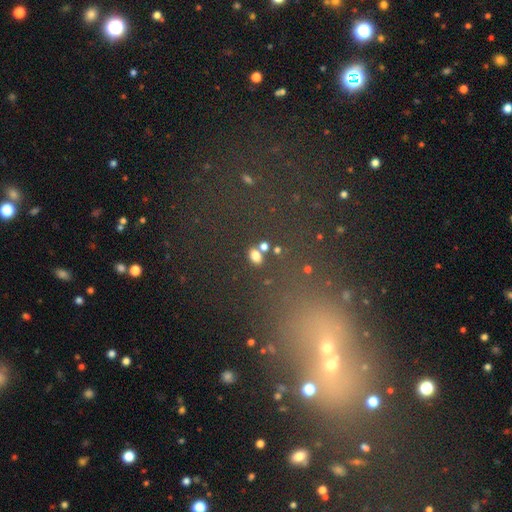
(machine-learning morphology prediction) This appears to be a smooth galaxy with no disk features (76%) that is in between round and cigar-shaped (72%). Merging: none (72%).